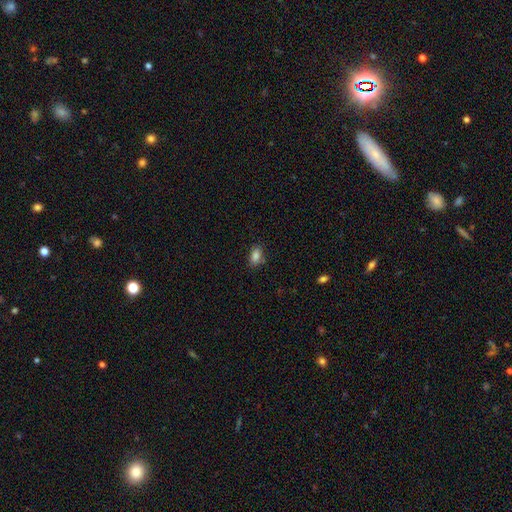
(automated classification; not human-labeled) Smooth or featured: smooth — 85% (star or artifact — 10%)
How rounded: in between — 86% (round — 10%)
Merging: none — 80% (minor disturbance — 14%)